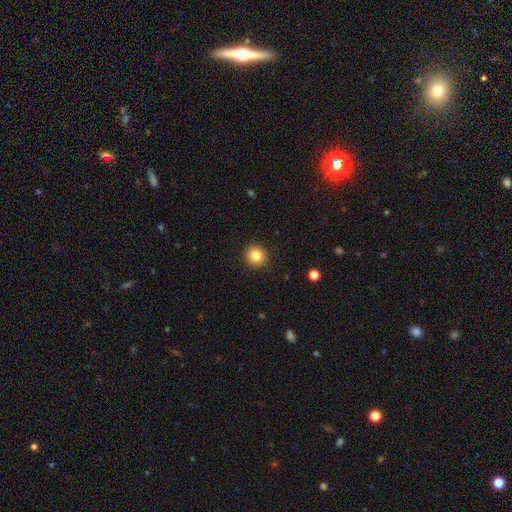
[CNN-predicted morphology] Q: Smooth or featured?
A: smooth (83%); runner-up: star or artifact (11%)
Q: How rounded?
A: round (91%); runner-up: in between (9%)
Q: Merging?
A: none (92%); runner-up: minor disturbance (5%)